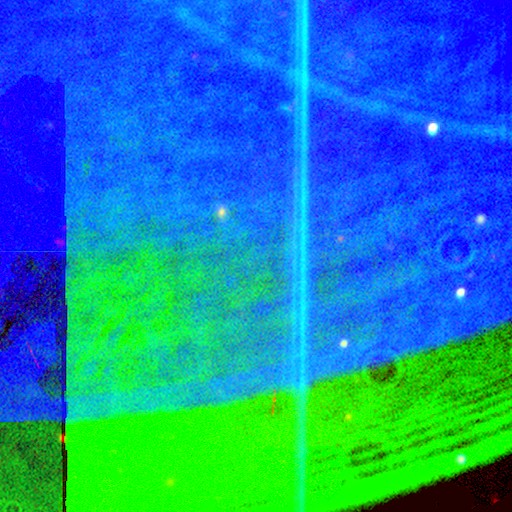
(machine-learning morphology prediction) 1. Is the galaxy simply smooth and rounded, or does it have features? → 88% star or artifact, 7% featured or disk, 5% smooth.